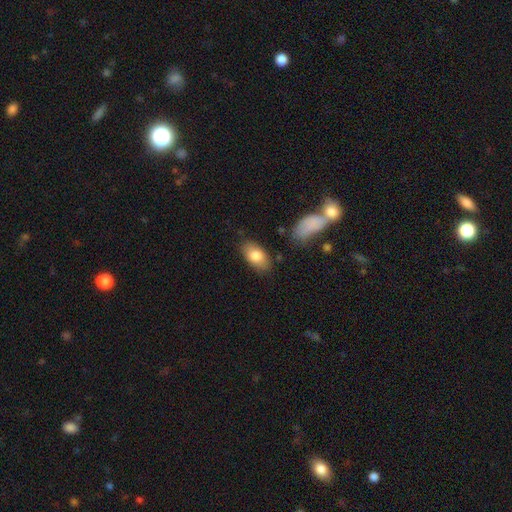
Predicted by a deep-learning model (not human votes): smooth_or_featured: smooth (p=0.81) [alt: featured or disk p=0.13]
how_rounded: in between (p=0.93) [alt: round p=0.05]
merging: none (p=0.79) [alt: minor disturbance p=0.14]